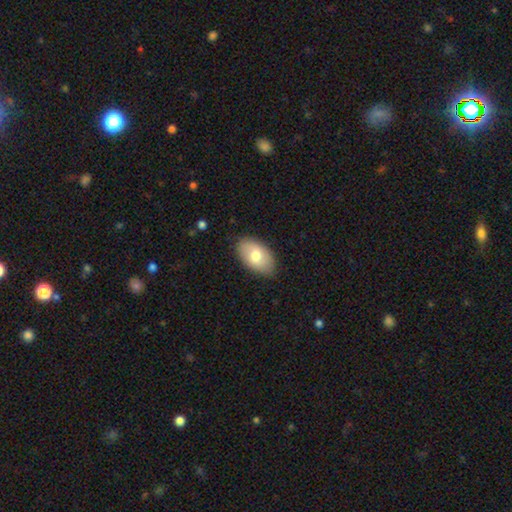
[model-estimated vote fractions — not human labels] smooth_or_featured: smooth (p=0.74) [alt: featured or disk p=0.20]
how_rounded: in between (p=0.94) [alt: round p=0.05]
merging: none (p=0.83) [alt: minor disturbance p=0.14]